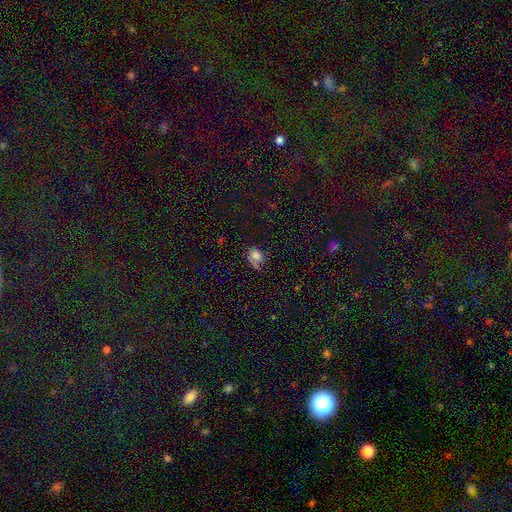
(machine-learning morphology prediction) Overall: smooth (69%). How rounded: in between (69%). Merging: none (52%; minor disturbance 28%).